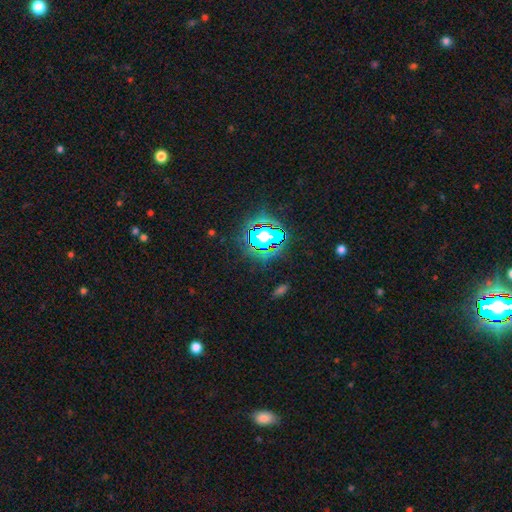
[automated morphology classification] type=star or artifact (82%).